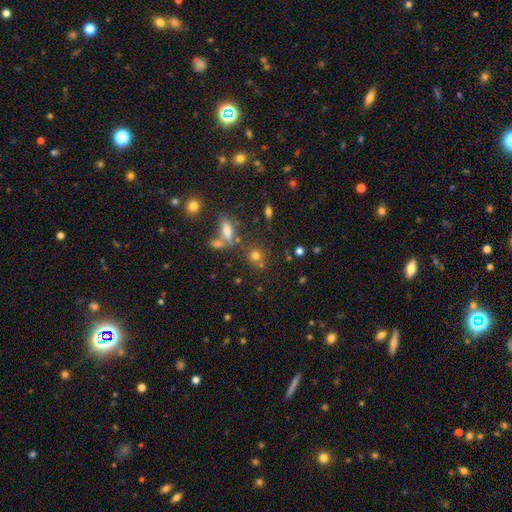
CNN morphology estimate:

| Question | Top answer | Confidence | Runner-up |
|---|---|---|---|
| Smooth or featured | smooth | 70% | star or artifact (20%) |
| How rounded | round | 81% | in between (17%) |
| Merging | none | 62% | merger (22%) |